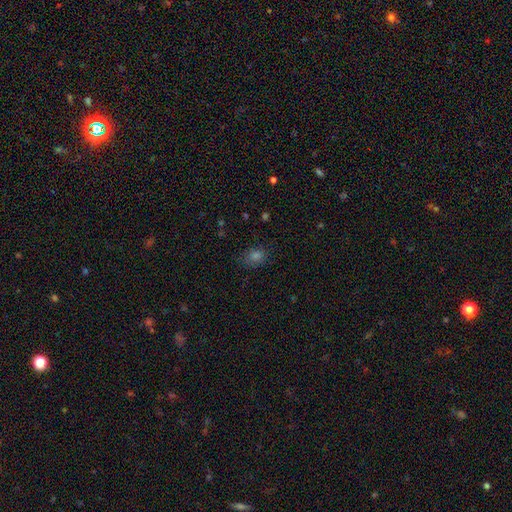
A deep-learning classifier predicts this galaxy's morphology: Smooth or featured? Predicted: smooth (p=0.70). How rounded? Predicted: in between (p=0.57). Merging? Predicted: none (p=0.77).